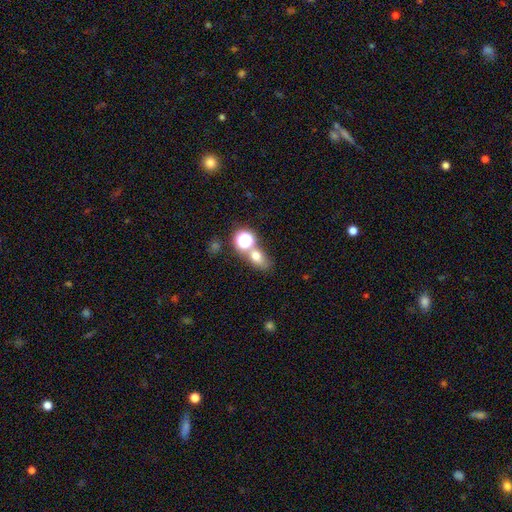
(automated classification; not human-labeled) A smooth galaxy with no disk features (64%) that is in between round and cigar-shaped (58%).

Vote fractions:
- Smooth or featured? smooth: 64% / star or artifact: 22% / featured or disk: 14%
- How rounded? in between: 58% / round: 39% / cigar-shaped: 3%
- Merging? none: 49% / merger: 33% / minor disturbance: 11% / major disturbance: 6%